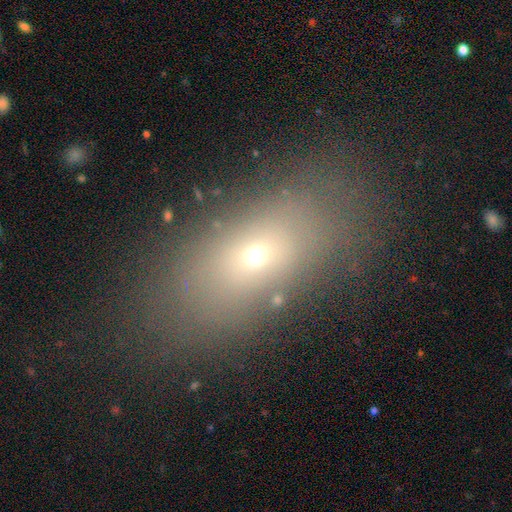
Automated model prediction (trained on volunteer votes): Overall: smooth (59%; featured or disk 21%). How rounded: in between (79%). Merging: none (69%).